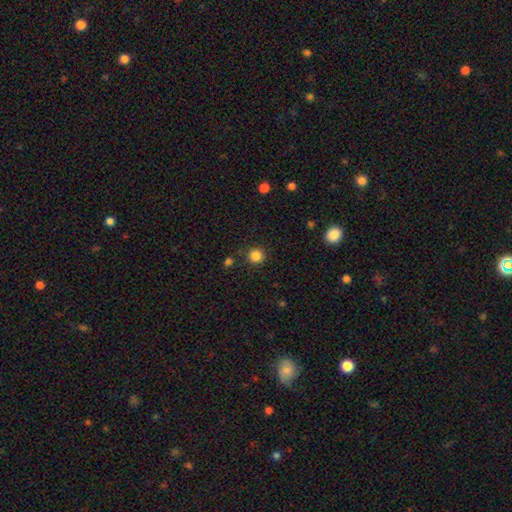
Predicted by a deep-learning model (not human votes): A smooth galaxy with no disk features (85%) that is round (93%). Merging: none (87%).